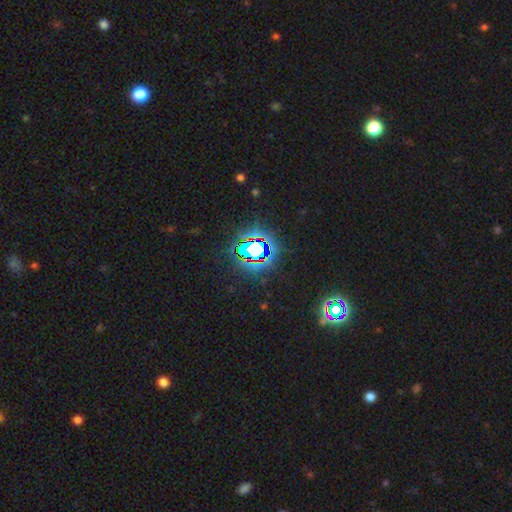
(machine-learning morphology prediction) Q: Smooth or featured?
A: star or artifact (75%); runner-up: smooth (15%)